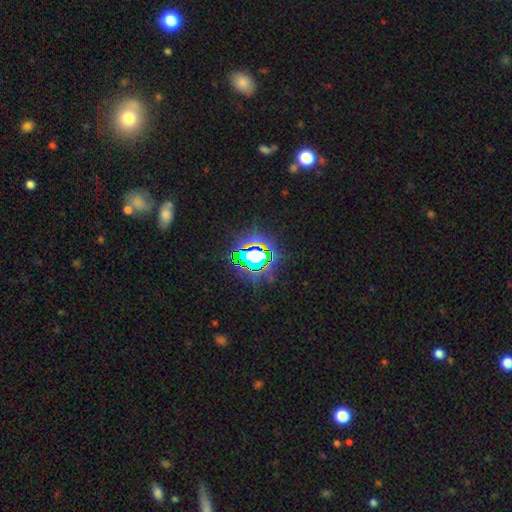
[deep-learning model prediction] This is likely a star or artifact rather than a galaxy (70%).